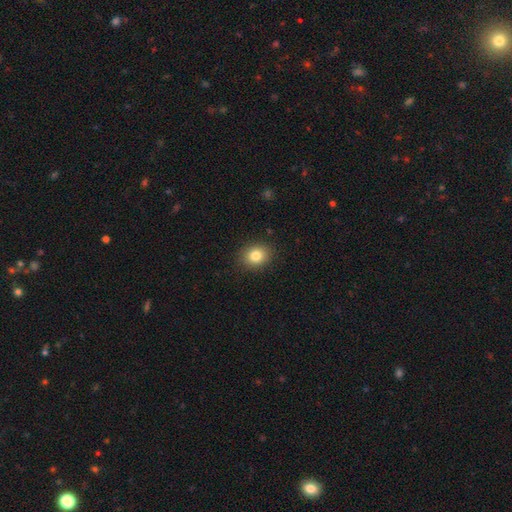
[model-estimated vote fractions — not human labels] smooth_or_featured: smooth (p=0.82) [alt: star or artifact p=0.10]
how_rounded: round (p=0.55) [alt: in between p=0.44]
merging: none (p=0.88) [alt: minor disturbance p=0.08]